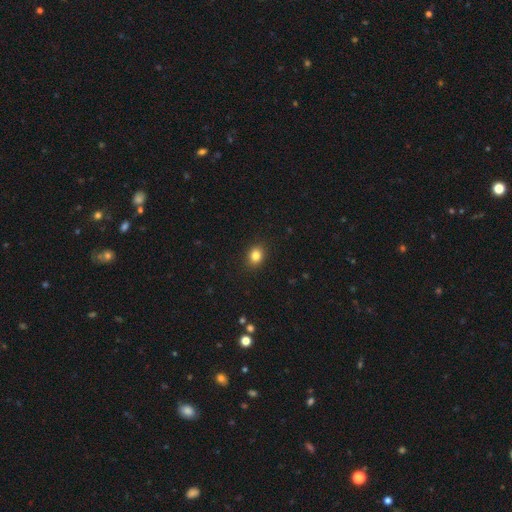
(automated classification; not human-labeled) Smooth or featured: smooth — 83% (star or artifact — 11%)
How rounded: round — 52% (in between — 47%)
Merging: none — 90% (minor disturbance — 7%)